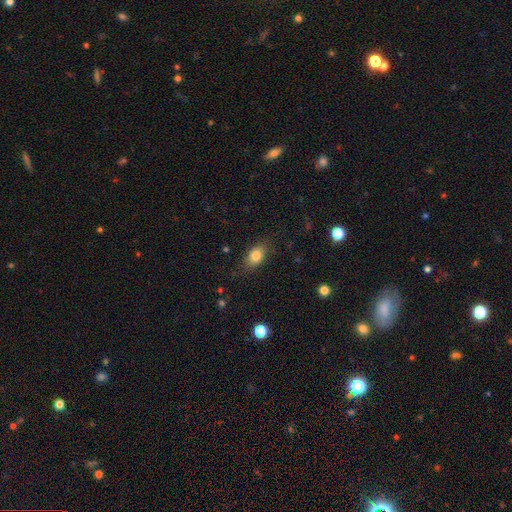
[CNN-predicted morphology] Smooth or featured?
  - smooth: 82% *
  - featured or disk: 9%
  - star or artifact: 9%
How rounded?
  - in between: 81% *
  - round: 16%
  - cigar-shaped: 3%
Merging?
  - none: 81% *
  - minor disturbance: 14%
  - major disturbance: 4%
  - merger: 1%